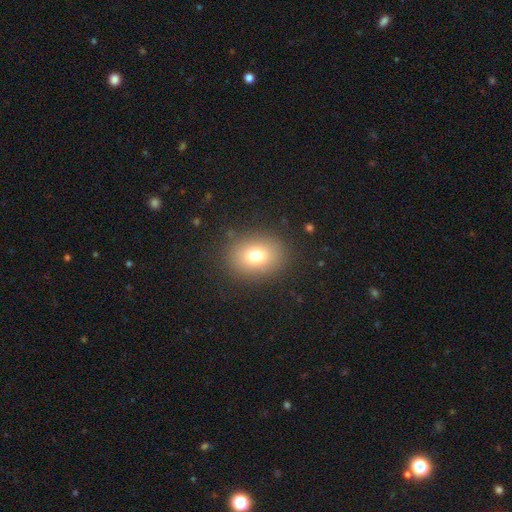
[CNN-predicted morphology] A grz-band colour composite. It shows a smooth galaxy with no disk features (76%) that is in between round and cigar-shaped (51%). Merging: none (86%).